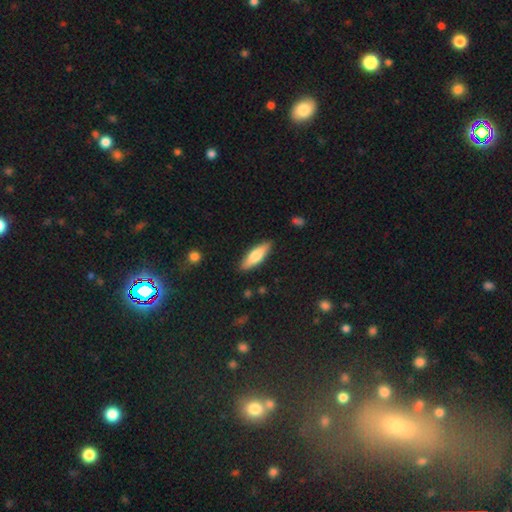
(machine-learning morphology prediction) Smooth or featured: smooth — 67% (featured or disk — 28%)
How rounded: cigar-shaped — 57% (in between — 41%)
Merging: none — 88% (minor disturbance — 9%)